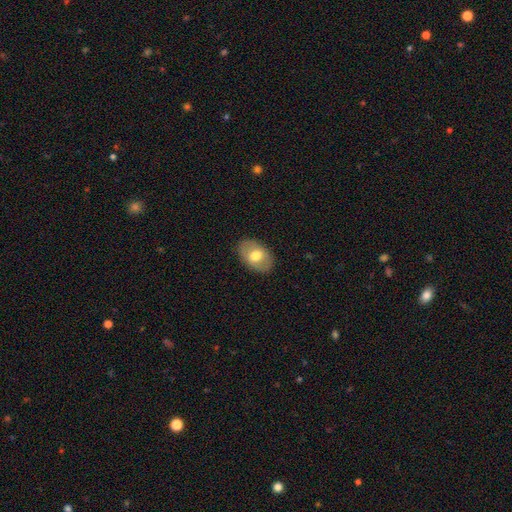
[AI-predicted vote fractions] This appears to be a smooth galaxy with no disk features (62%) that is in between round and cigar-shaped (84%). Merging: none (85%).